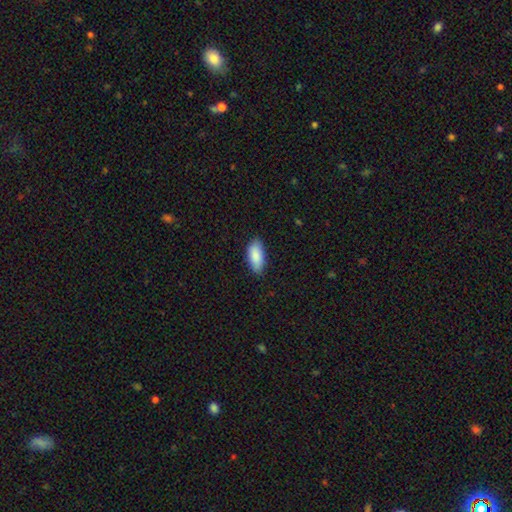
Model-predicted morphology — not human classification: smooth_or_featured: smooth (p=0.88) [alt: star or artifact p=0.06]
how_rounded: in between (p=0.89) [alt: cigar-shaped p=0.09]
merging: none (p=0.83) [alt: minor disturbance p=0.14]